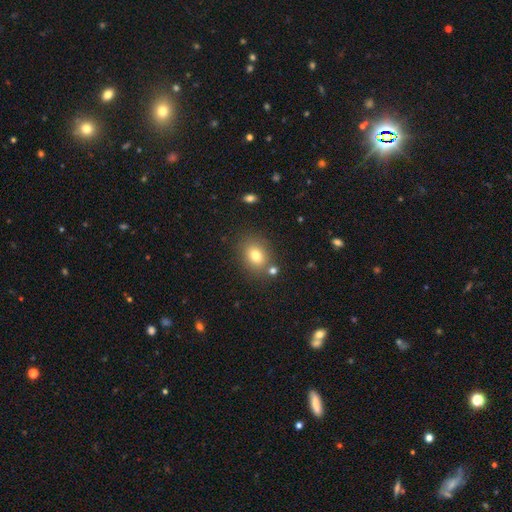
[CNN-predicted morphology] Smooth or featured? smooth (78%)
How rounded? in between (59%)
Merging? none (77%)